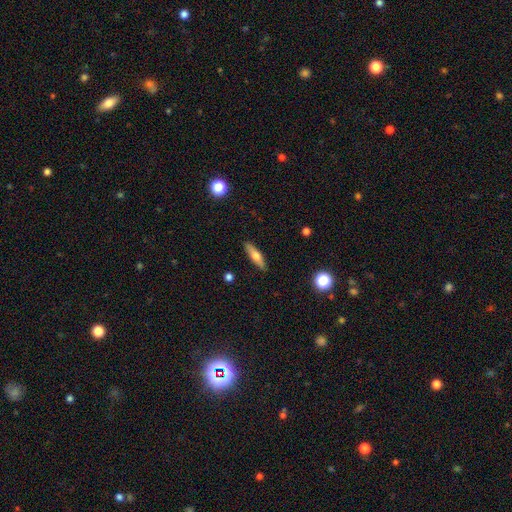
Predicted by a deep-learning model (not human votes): A smooth galaxy with no disk features (57%) that is cigar-shaped (70%). Merging: none (89%).